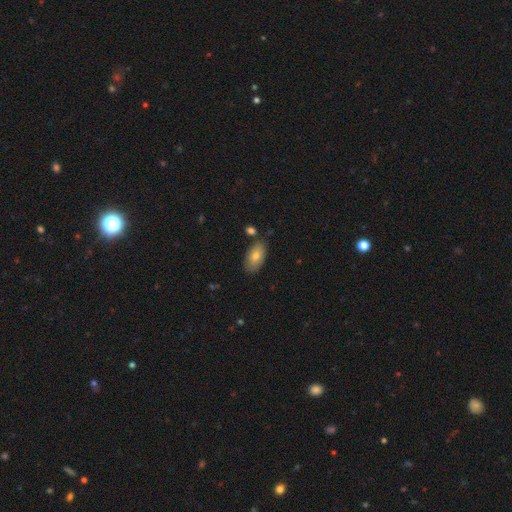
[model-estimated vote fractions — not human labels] Overall: smooth (75%). How rounded: in between (93%). Merging: none (79%).